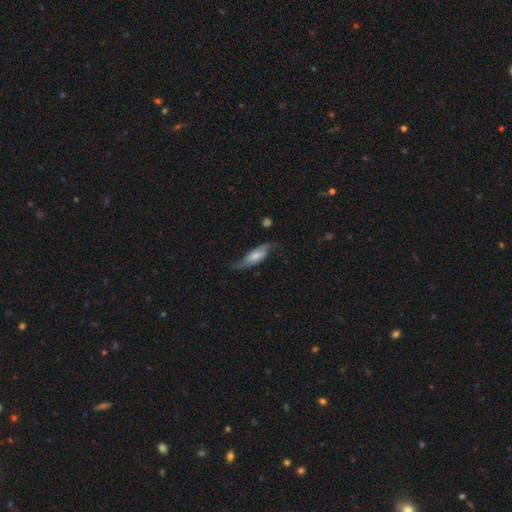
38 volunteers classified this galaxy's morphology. This appears to be a featured or disk galaxy (63%) with no bar (53%), 2 (93%) loose (80%) spiral arms (79%) and a small central bulge (42%). Merging: none (61%).